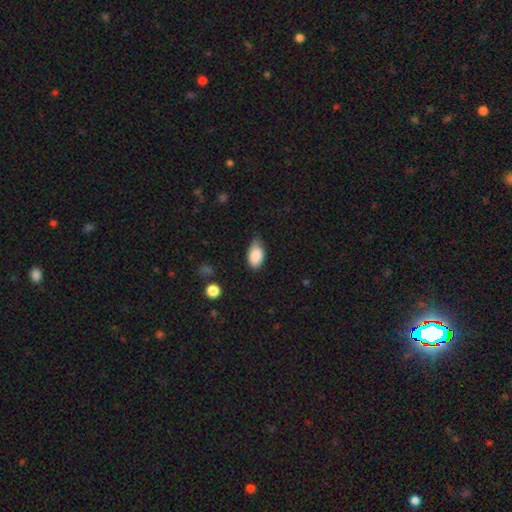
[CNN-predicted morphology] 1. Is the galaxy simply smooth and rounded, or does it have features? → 87% smooth, 7% star or artifact, 6% featured or disk.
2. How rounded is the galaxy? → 92% in between, 6% round, 2% cigar-shaped.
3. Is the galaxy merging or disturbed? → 60% none, 33% minor disturbance, 5% major disturbance, 2% merger.